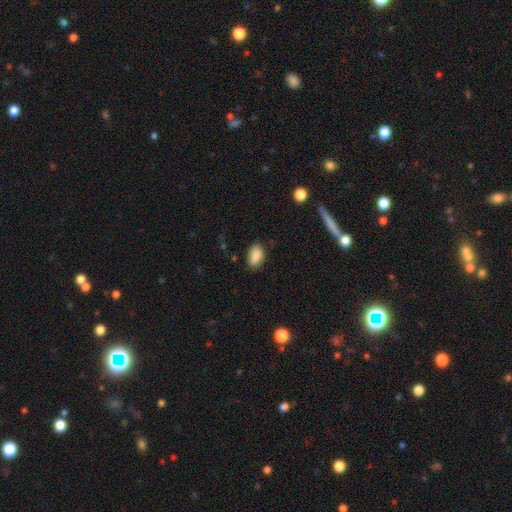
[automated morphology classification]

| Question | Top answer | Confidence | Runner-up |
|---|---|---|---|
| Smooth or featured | smooth | 88% | star or artifact (8%) |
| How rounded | in between | 91% | round (6%) |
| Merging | none | 79% | minor disturbance (16%) |